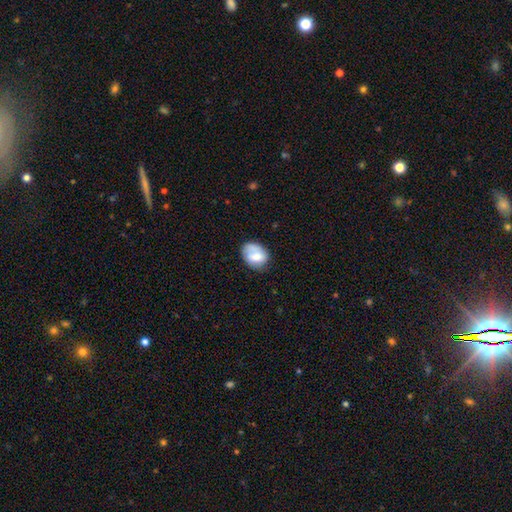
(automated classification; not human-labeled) This appears to be a smooth galaxy with no disk features (70%) that is in between round and cigar-shaped (70%). Merging: none (53%).